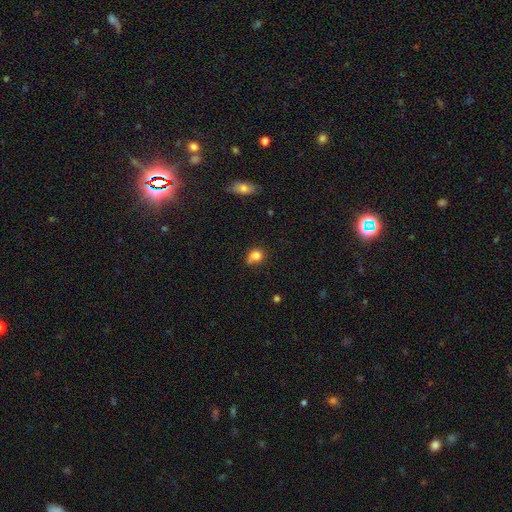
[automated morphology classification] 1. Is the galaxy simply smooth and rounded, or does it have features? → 81% smooth, 10% star or artifact, 9% featured or disk.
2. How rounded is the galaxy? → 56% round, 42% in between, 1% cigar-shaped.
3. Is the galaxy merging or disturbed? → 48% none, 35% minor disturbance, 12% major disturbance, 5% merger.